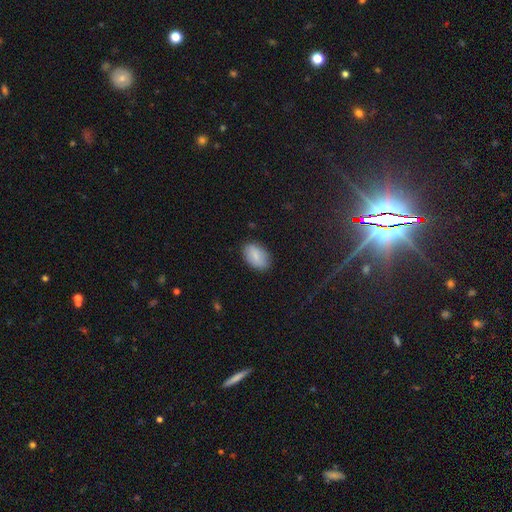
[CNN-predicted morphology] A smooth galaxy with no disk features (82%) that is in between round and cigar-shaped (91%). Merging: none (84%).